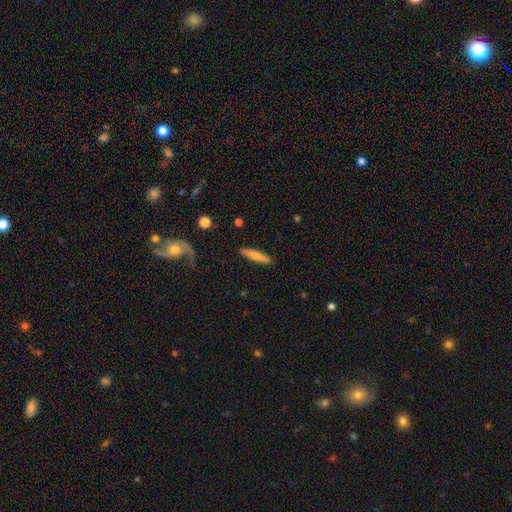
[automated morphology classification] Overall: smooth (61%; featured or disk 33%). How rounded: cigar-shaped (83%). Merging: none (88%).